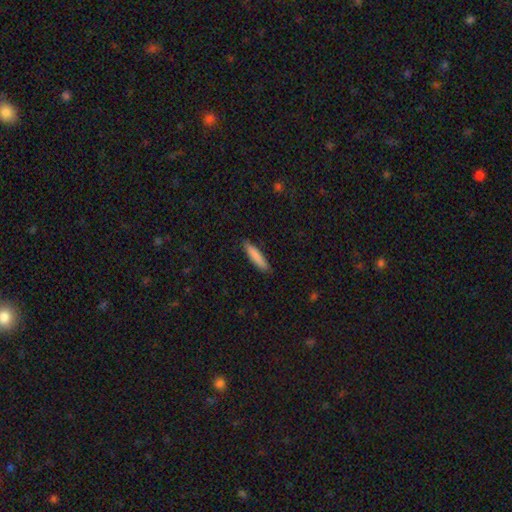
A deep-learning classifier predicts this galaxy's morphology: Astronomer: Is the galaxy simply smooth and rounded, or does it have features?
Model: smooth — 84%.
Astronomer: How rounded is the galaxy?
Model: cigar-shaped — 87%.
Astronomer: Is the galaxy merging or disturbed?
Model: none — 88%.